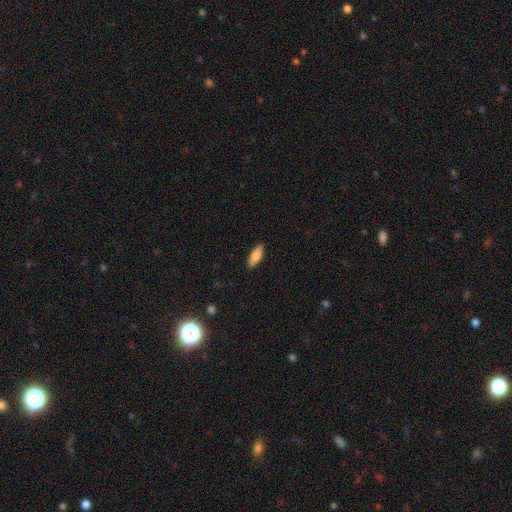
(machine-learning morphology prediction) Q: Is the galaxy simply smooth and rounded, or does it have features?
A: smooth — 80%.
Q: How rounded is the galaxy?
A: in between — 71%.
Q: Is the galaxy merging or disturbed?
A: none — 89%.